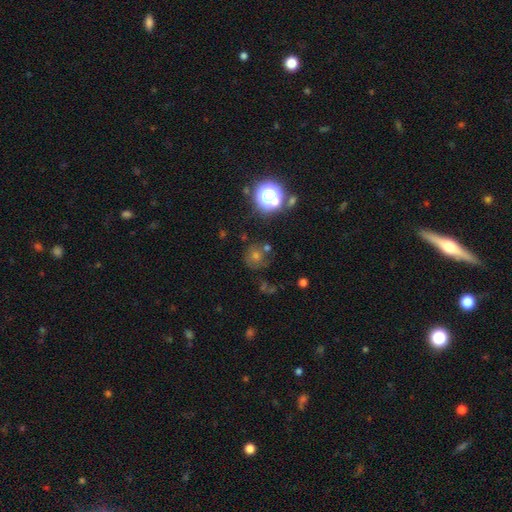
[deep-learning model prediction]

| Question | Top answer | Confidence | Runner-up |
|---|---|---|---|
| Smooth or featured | smooth | 46% | star or artifact (36%) |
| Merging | none | 70% | minor disturbance (14%) |